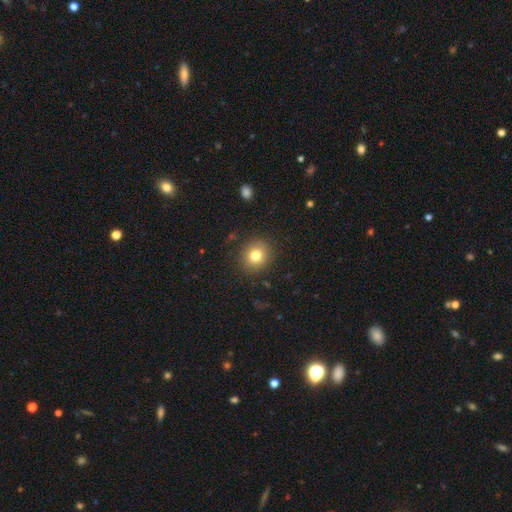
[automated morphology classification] smooth-or-featured: smooth: 79% | star or artifact: 12% | featured or disk: 10%
  how-rounded: round: 81% | in between: 18% | cigar-shaped: 1%
  merging: none: 88% | minor disturbance: 8% | major disturbance: 3% | merger: 1%